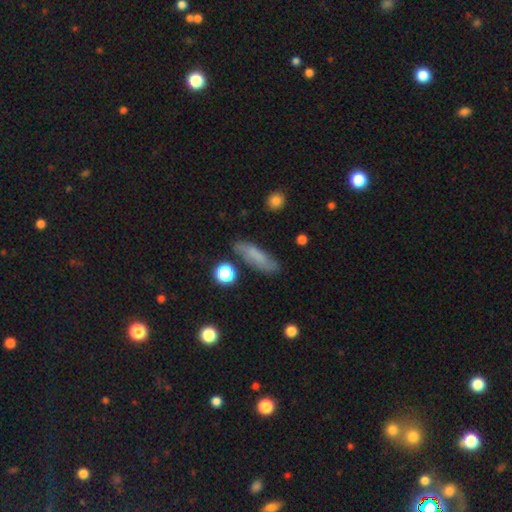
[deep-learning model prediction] The model was most divided on "how rounded": cigar-shaped: 54%, in between: 42%, round: 4%. More confident: merging — none (72%); smooth or featured — smooth (66%).